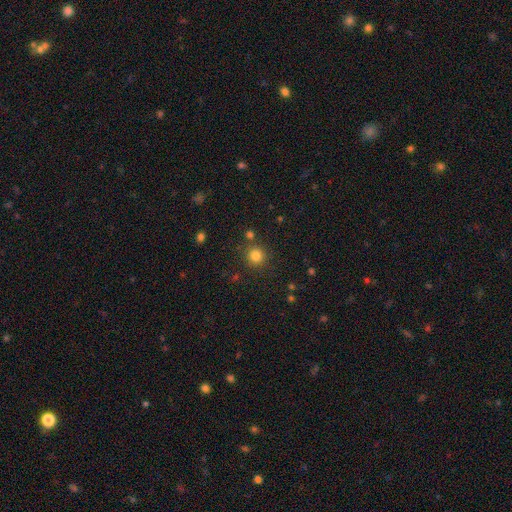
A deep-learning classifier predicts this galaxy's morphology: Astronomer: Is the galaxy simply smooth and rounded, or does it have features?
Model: smooth — 81%.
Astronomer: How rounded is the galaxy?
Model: round — 93%.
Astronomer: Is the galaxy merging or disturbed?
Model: none — 84%.